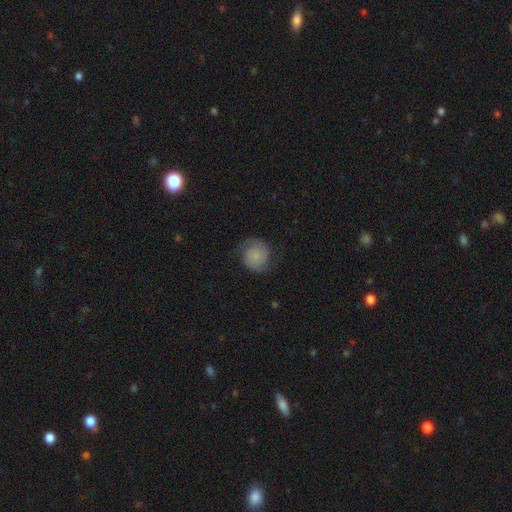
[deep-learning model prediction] Q: Smooth or featured?
A: featured or disk (65%); runner-up: smooth (26%)
Q: Edge-on disk?
A: no (98%); runner-up: yes (2%)
Q: Bar?
A: no (77%); runner-up: weak (19%)
Q: Spiral arms?
A: yes (95%); runner-up: no (5%)
Q: Spiral winding?
A: medium (43%); runner-up: tight (39%)
Q: Spiral arm count?
A: 2 (91%); runner-up: can't tell (4%)
Q: Bulge size?
A: small (42%); runner-up: none (37%)
Q: Merging?
A: none (78%); runner-up: minor disturbance (14%)